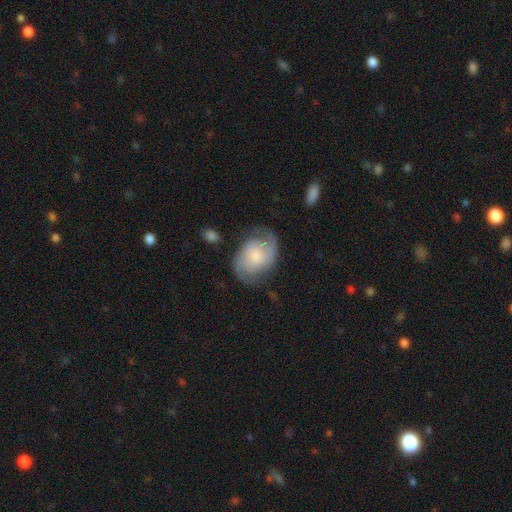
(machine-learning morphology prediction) Smooth or featured?
  - featured or disk: 73% *
  - smooth: 20%
  - star or artifact: 6%
Edge-on disk?
  - no: 98% *
  - yes: 2%
Bar?
  - no: 64% *
  - weak: 31%
  - strong: 5%
Spiral arms?
  - yes: 94% *
  - no: 6%
Spiral winding?
  - medium: 48% *
  - tight: 29%
  - loose: 23%
Spiral arm count?
  - 2: 89% *
  - can't tell: 5%
  - 1: 2%
  - 3: 2%
  - 4: 1%
  - more than 4: 1%
Bulge size?
  - moderate: 33% *
  - small: 30%
  - large: 18%
  - none: 15%
  - dominant: 4%
Merging?
  - none: 69% *
  - minor disturbance: 20%
  - major disturbance: 9%
  - merger: 2%